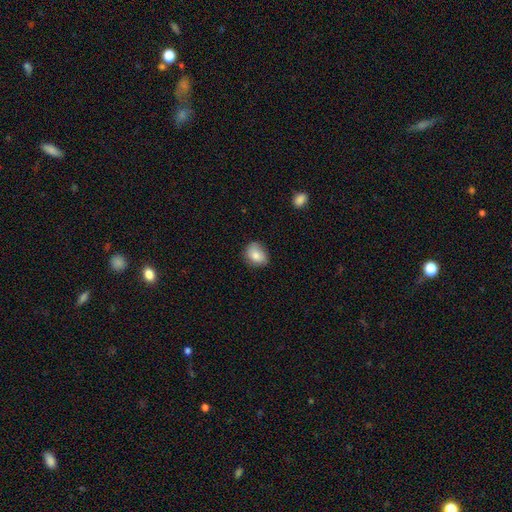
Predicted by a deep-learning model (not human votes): This is clearly a smooth galaxy (81%). How rounded: possibly in between (53%). Merging: likely none (70%).